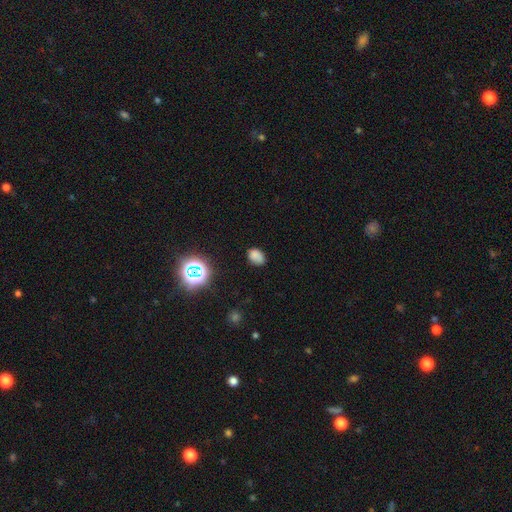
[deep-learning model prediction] smooth 74%, star or artifact 18%, featured or disk 8%. Down the decision tree: how rounded — in between (76%); merging — none (69%).